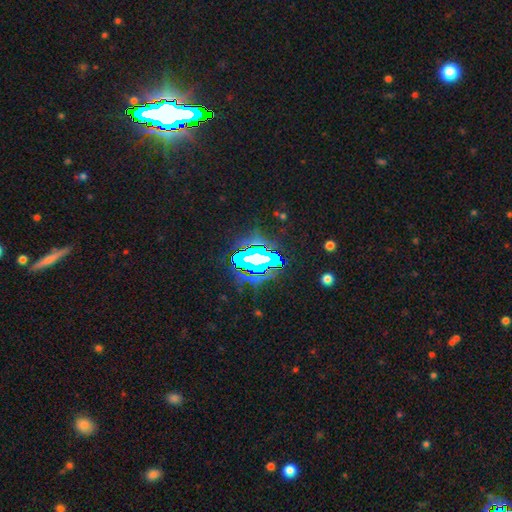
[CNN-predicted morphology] star or artifact 68%, featured or disk 17%, smooth 16%.